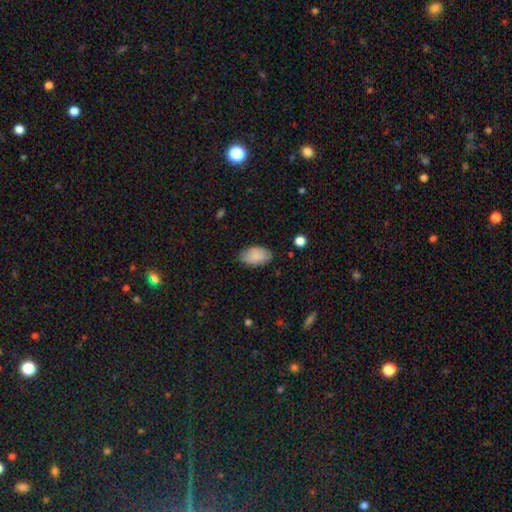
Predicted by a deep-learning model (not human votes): smooth_or_featured: smooth (p=0.88) [alt: star or artifact p=0.06]
how_rounded: in between (p=0.94) [alt: round p=0.04]
merging: none (p=0.83) [alt: minor disturbance p=0.14]